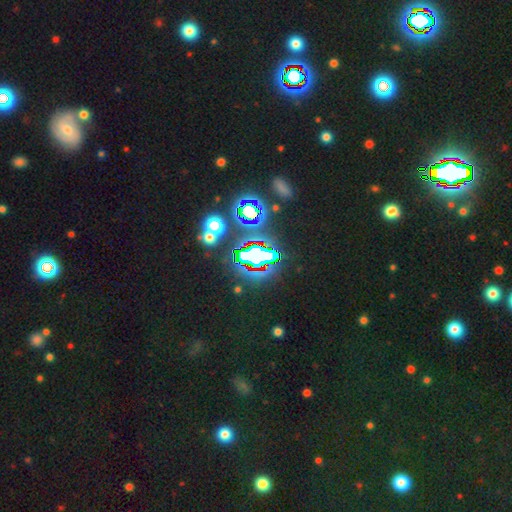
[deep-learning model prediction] star or artifact 70%, smooth 17%, featured or disk 13%.